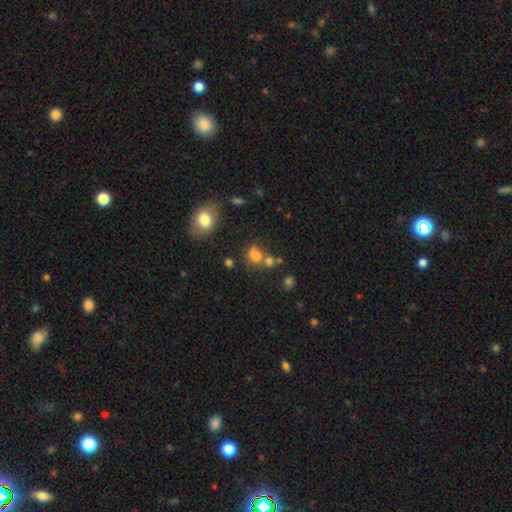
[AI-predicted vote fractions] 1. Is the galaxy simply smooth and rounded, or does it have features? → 70% smooth, 17% star or artifact, 13% featured or disk.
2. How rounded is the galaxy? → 65% round, 34% in between, 2% cigar-shaped.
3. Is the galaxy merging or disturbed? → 41% none, 39% merger, 13% minor disturbance, 7% major disturbance.